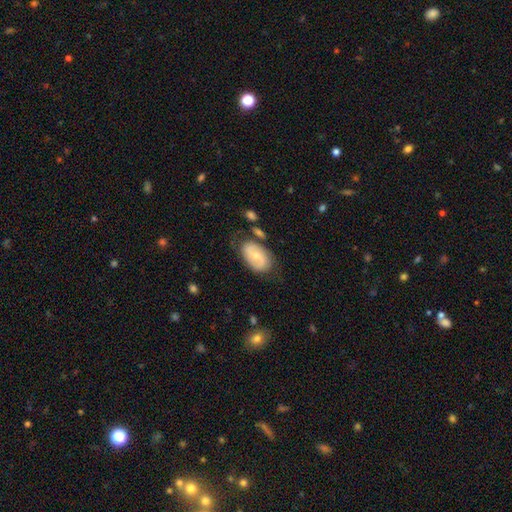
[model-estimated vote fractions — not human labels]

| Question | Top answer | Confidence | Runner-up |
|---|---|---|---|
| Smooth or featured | smooth | 47% | tied: featured or disk (47%) |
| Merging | none | 64% | minor disturbance (22%) |